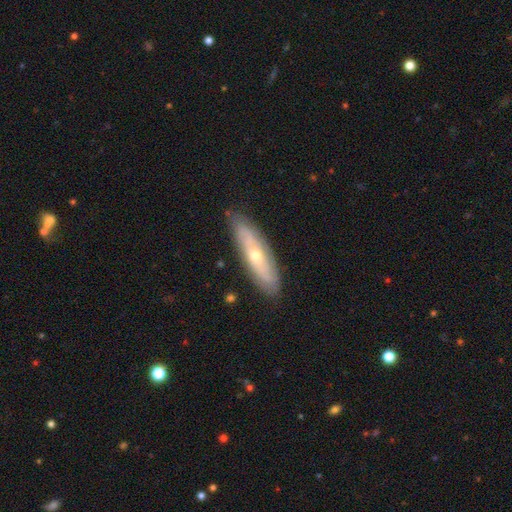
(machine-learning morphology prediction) featured or disk 59%, smooth 35%, star or artifact 6%. Down the decision tree: edge-on disk — no (64%); merging — none (82%).